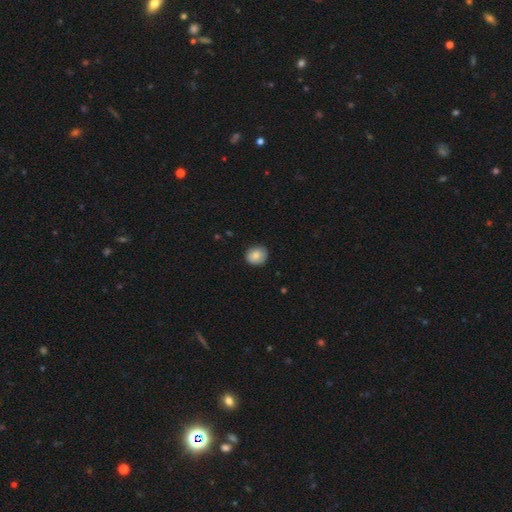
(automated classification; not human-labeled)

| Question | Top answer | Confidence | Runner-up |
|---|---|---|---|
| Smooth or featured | smooth | 84% | featured or disk (8%) |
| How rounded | round | 79% | in between (20%) |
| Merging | none | 86% | minor disturbance (11%) |